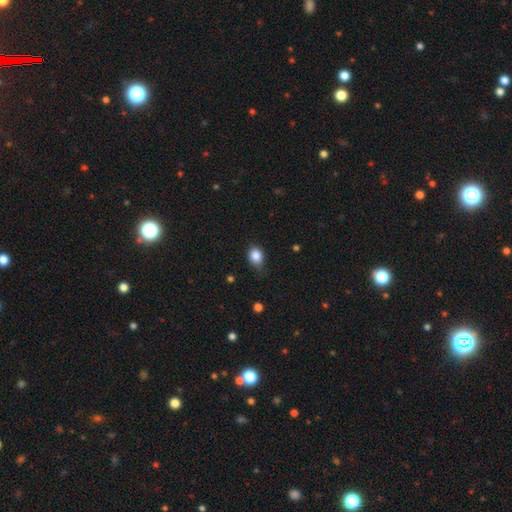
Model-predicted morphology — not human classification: Smooth or featured? Predicted: smooth (p=0.85). How rounded? Predicted: in between (p=0.53). Merging? Predicted: none (p=0.64).